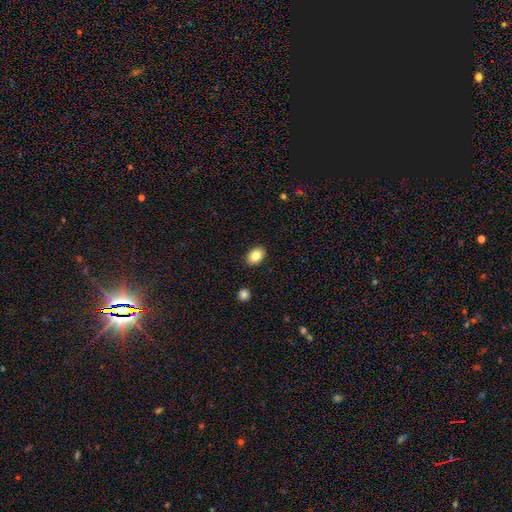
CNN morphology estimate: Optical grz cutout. It shows a smooth galaxy with no disk features (83%) that is in between round and cigar-shaped (80%). Merging: none (89%).